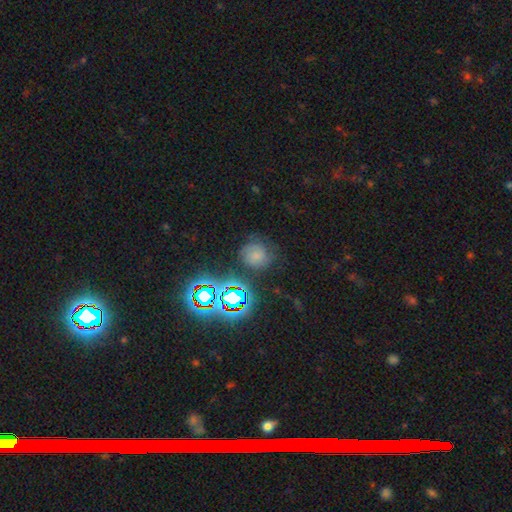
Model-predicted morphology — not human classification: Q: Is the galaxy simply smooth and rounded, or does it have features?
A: smooth — 54%.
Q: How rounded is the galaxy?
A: round — 81%.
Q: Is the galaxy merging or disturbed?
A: none — 66%.